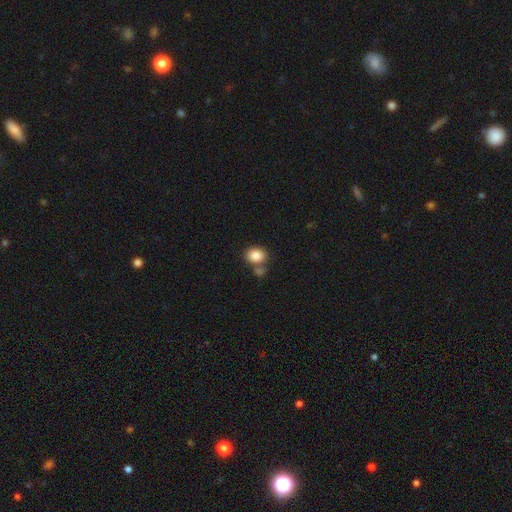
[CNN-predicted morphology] This appears to be a smooth galaxy with no disk features (86%) that is round (52%). Merging: none (60%).